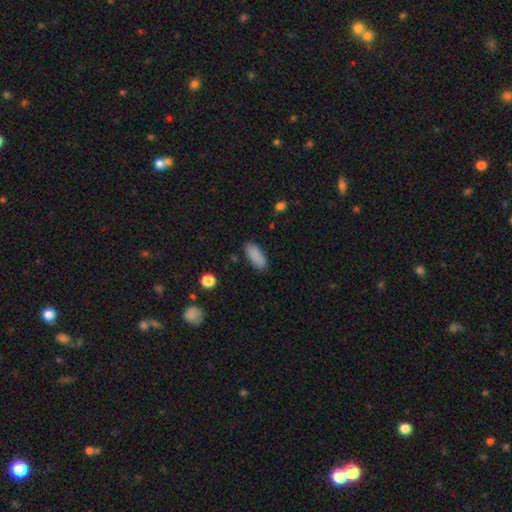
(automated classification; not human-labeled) Smooth or featured? smooth (89%)
How rounded? in between (81%)
Merging? none (85%)